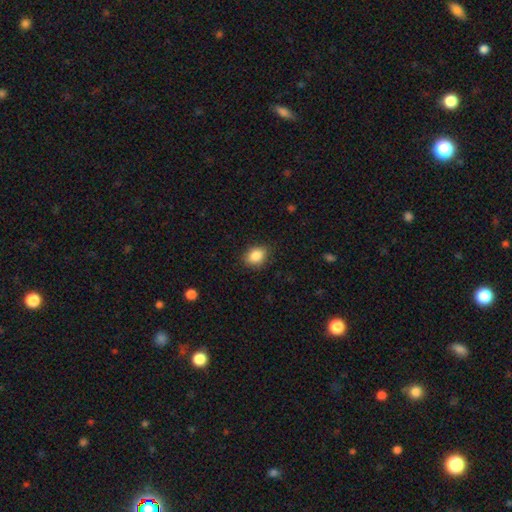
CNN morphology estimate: Smooth or featured: smooth — 86% (star or artifact — 9%)
How rounded: in between — 59% (round — 39%)
Merging: none — 81% (minor disturbance — 15%)